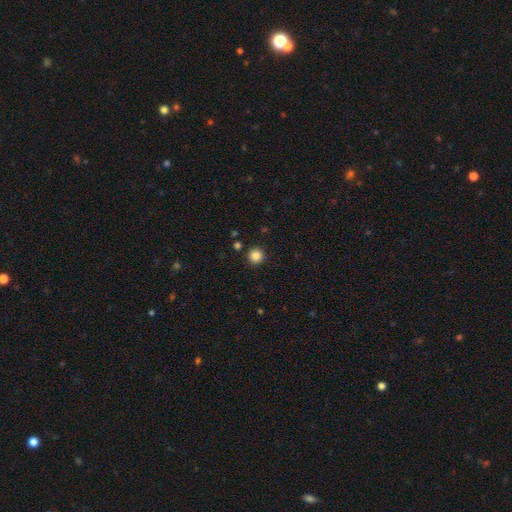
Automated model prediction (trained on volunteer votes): A smooth galaxy with no disk features (85%) that is round (95%). Merging: none (91%).